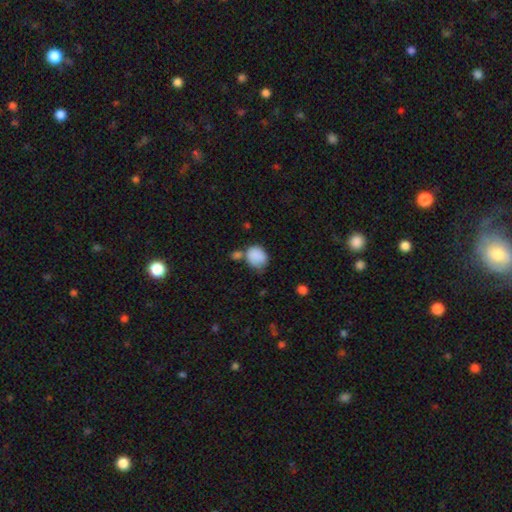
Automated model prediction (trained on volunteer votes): Smooth or featured? smooth (85%)
How rounded? round (57%)
Merging? none (43%)